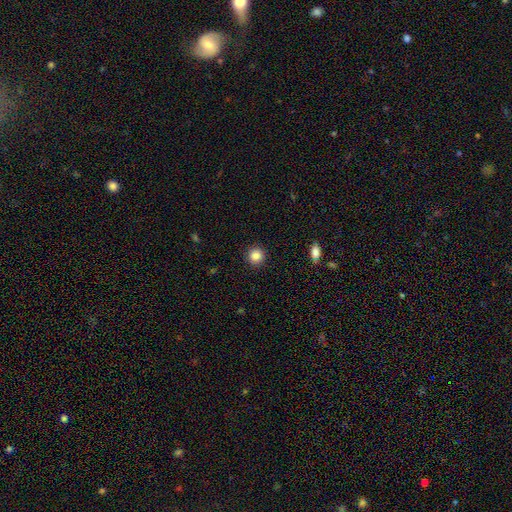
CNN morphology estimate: smooth 86%, star or artifact 10%, featured or disk 4%. Down the decision tree: how rounded — round (93%); merging — none (92%).